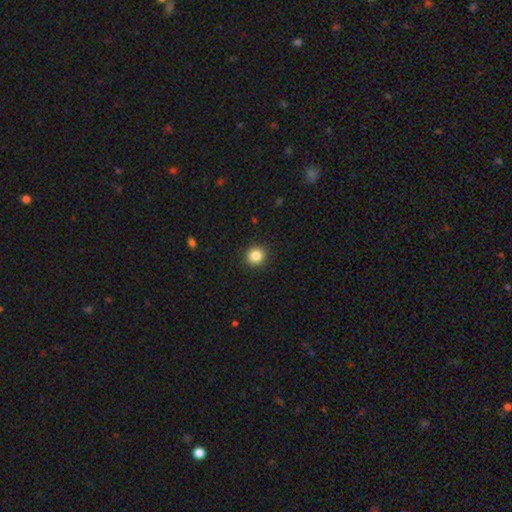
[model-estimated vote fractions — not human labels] smooth 86%, star or artifact 10%, featured or disk 4%. Down the decision tree: how rounded — round (90%); merging — none (92%).